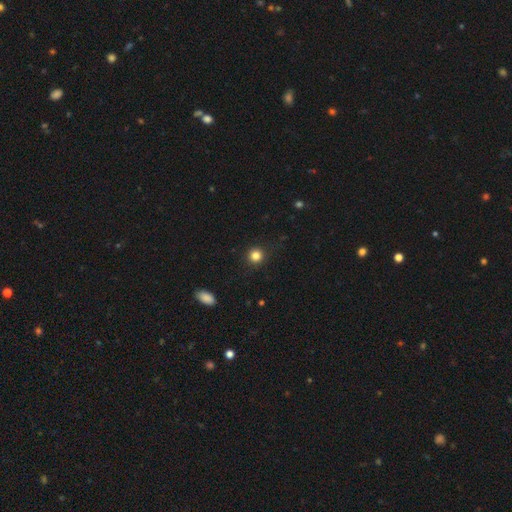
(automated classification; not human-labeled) Q: Smooth or featured?
A: smooth (83%); runner-up: star or artifact (13%)
Q: How rounded?
A: round (92%); runner-up: in between (7%)
Q: Merging?
A: none (90%); runner-up: minor disturbance (6%)